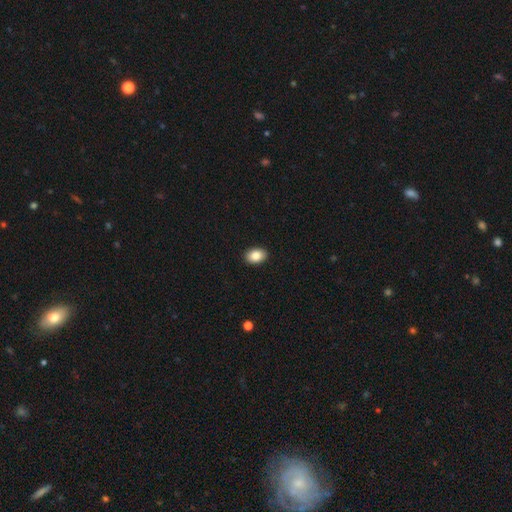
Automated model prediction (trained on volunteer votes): Smooth or featured? Predicted: smooth (p=0.86). How rounded? Predicted: in between (p=0.82). Merging? Predicted: none (p=0.91).